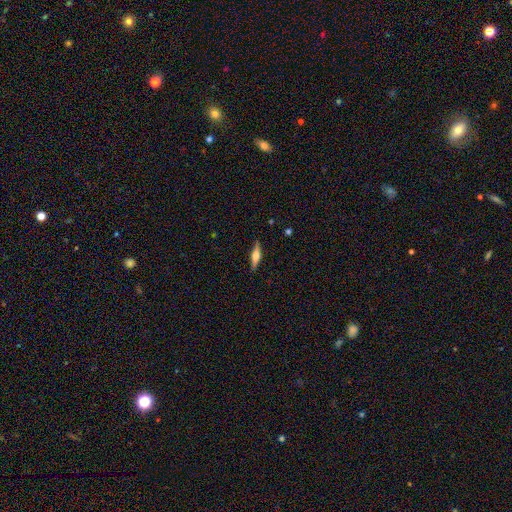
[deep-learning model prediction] Overall: featured or disk (60%; smooth 34%). Edge-on disk: yes (96%). Edge-on bulge: rounded (86%). Merging: none (87%).